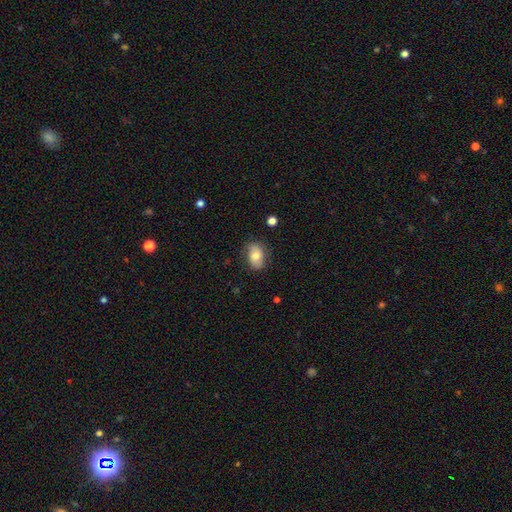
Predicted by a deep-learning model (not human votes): This appears to be a smooth galaxy with no disk features (74%) that is in between round and cigar-shaped (85%). Merging: none (77%).